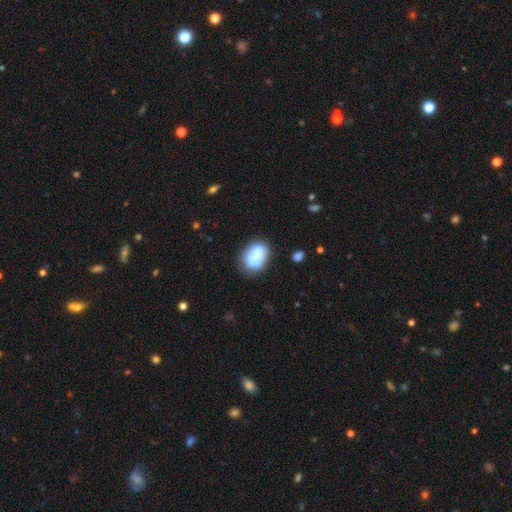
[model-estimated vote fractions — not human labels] This is likely a smooth galaxy (71%). How rounded: likely in between (77%). Merging: possibly none (53%).